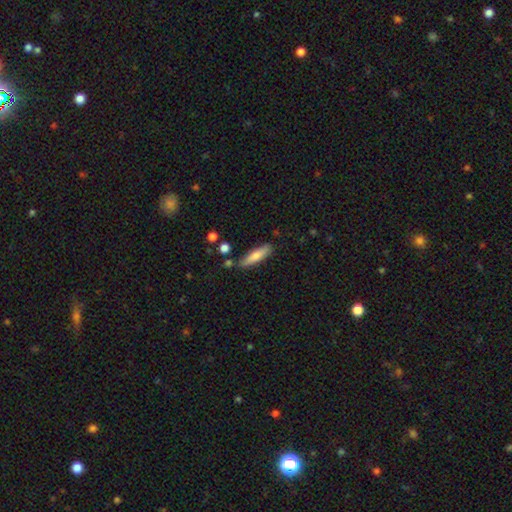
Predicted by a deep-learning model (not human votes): Smooth or featured? smooth (72%)
How rounded? cigar-shaped (73%)
Merging? none (79%)